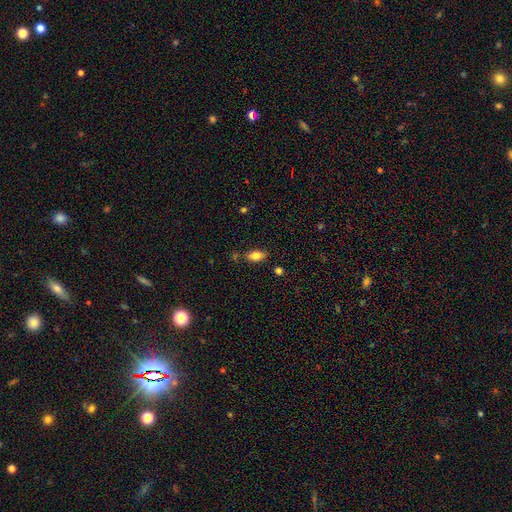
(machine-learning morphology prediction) Q: Smooth or featured?
A: smooth (81%); runner-up: featured or disk (10%)
Q: How rounded?
A: in between (88%); runner-up: cigar-shaped (8%)
Q: Merging?
A: none (77%); runner-up: minor disturbance (14%)